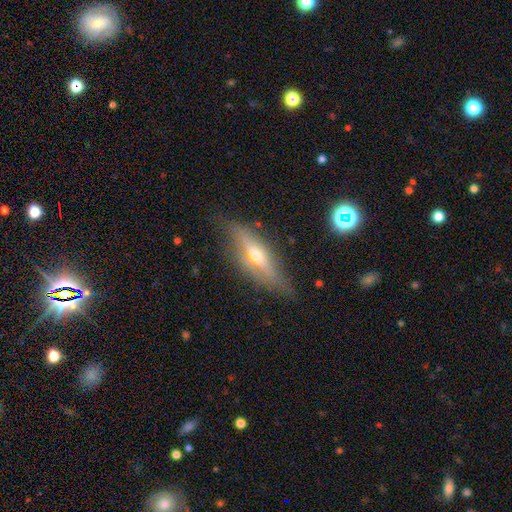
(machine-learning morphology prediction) This is likely a featured or disk galaxy (66%). It is clearly viewed edge-on (89%). Edge-on bulge: clearly rounded (87%). Merging: likely none (78%).